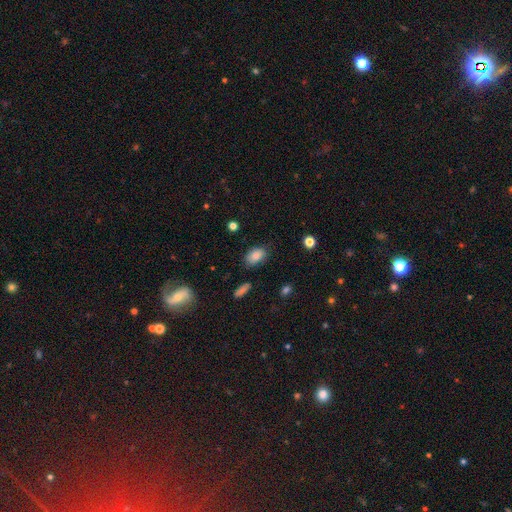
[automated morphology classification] smooth-or-featured: smooth: 85% | star or artifact: 9% | featured or disk: 7%
  how-rounded: in between: 89% | round: 10% | cigar-shaped: 2%
  merging: none: 75% | minor disturbance: 18% | major disturbance: 4% | merger: 2%